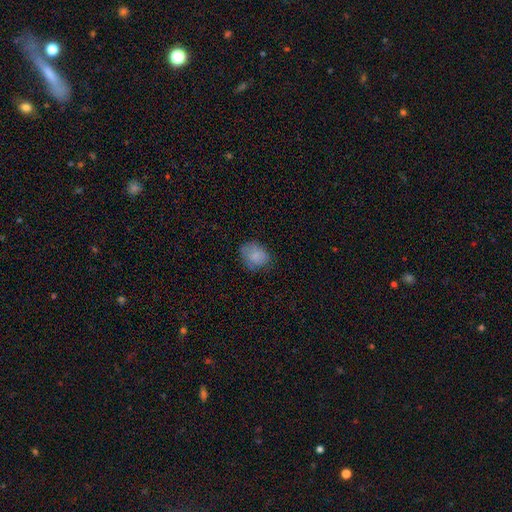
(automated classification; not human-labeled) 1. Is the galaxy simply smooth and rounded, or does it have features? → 81% smooth, 10% featured or disk, 9% star or artifact.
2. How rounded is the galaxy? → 50% round, 49% in between, 1% cigar-shaped.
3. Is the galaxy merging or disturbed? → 68% none, 23% minor disturbance, 7% major disturbance, 1% merger.